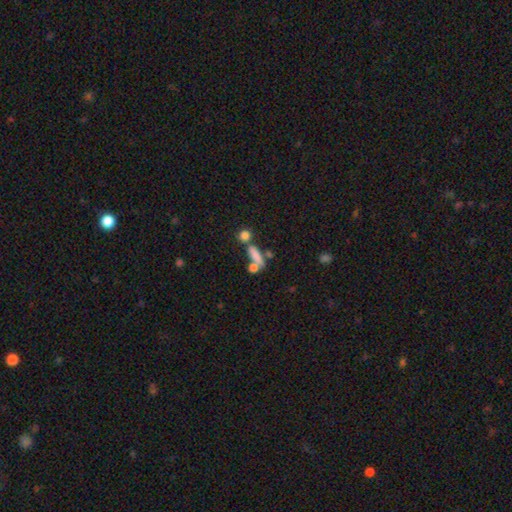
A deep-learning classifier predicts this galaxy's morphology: Smooth or featured? Predicted: smooth (p=0.72). How rounded? Predicted: cigar-shaped (p=0.53). Merging? Predicted: none (p=0.45).